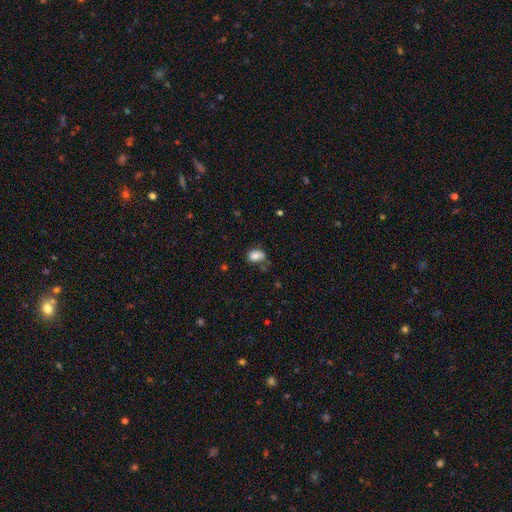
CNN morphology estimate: This appears to be a smooth galaxy with no disk features (82%) that is in between round and cigar-shaped (77%). Merging: none (59%).